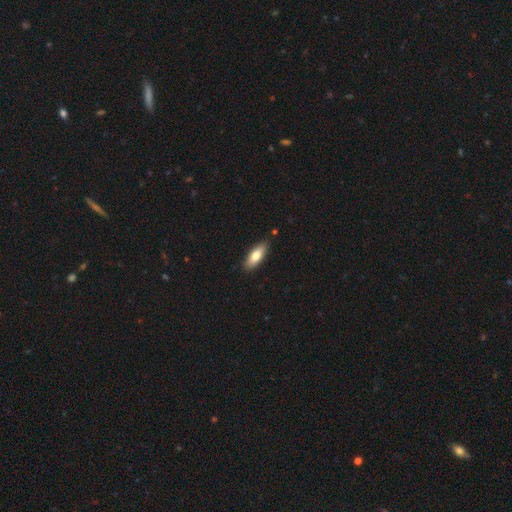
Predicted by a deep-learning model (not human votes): Q: Smooth or featured?
A: smooth (76%); runner-up: featured or disk (17%)
Q: How rounded?
A: in between (69%); runner-up: cigar-shaped (29%)
Q: Merging?
A: none (86%); runner-up: minor disturbance (11%)